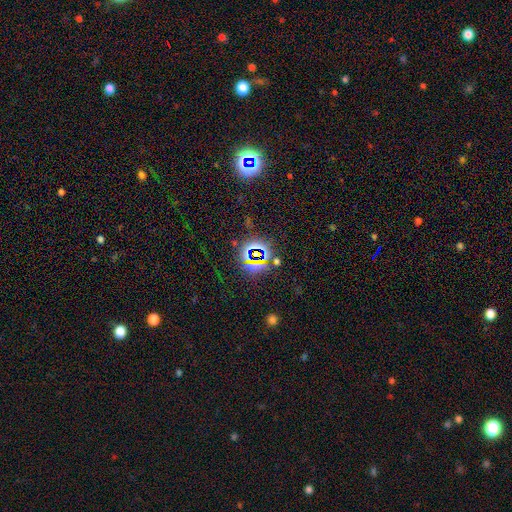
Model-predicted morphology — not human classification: Smooth or featured? star or artifact (77%)